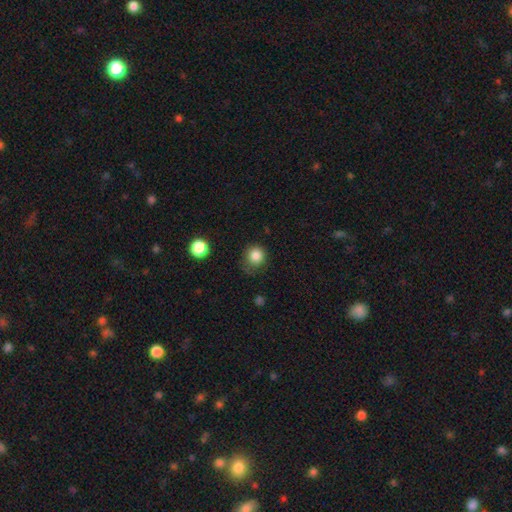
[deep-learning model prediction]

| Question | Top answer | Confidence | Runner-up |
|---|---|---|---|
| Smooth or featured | smooth | 84% | star or artifact (11%) |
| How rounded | round | 87% | in between (12%) |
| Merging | none | 66% | minor disturbance (24%) |